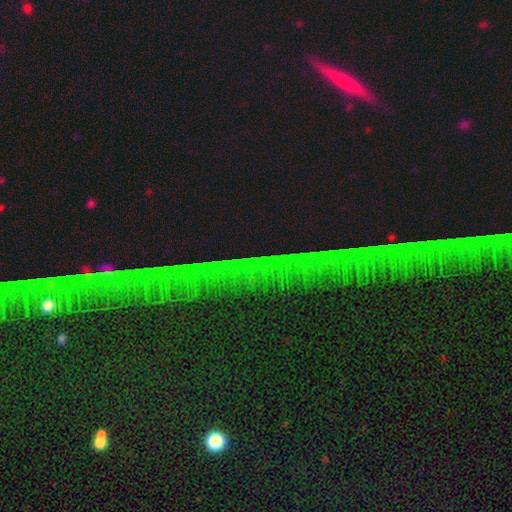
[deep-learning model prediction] Smooth or featured? Predicted: star or artifact (p=0.81).